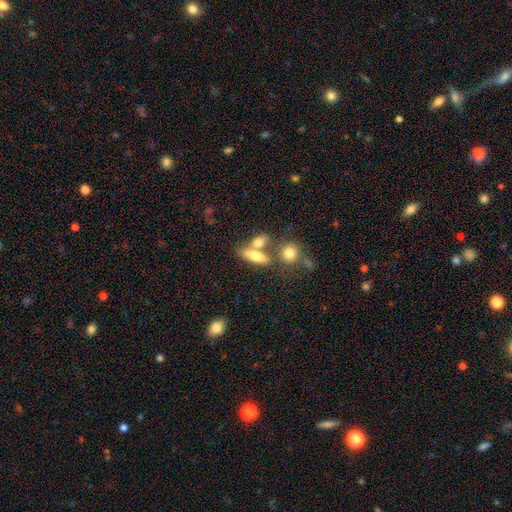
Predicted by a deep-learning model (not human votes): Smooth or featured: smooth — 68% (featured or disk — 24%)
How rounded: in between — 54% (cigar-shaped — 37%)
Merging: none — 48% (merger — 37%)